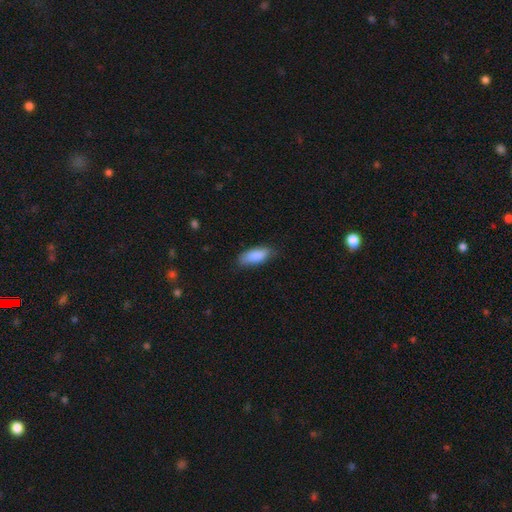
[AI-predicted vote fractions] Smooth or featured? smooth (88%)
How rounded? in between (80%)
Merging? none (78%)